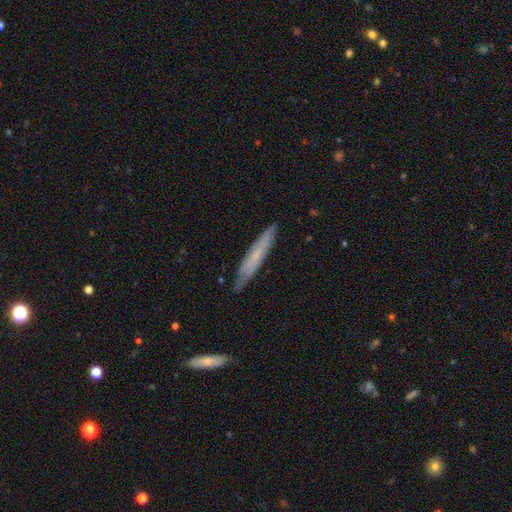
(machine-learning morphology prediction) Q: Smooth or featured?
A: smooth (54%); runner-up: featured or disk (39%)
Q: How rounded?
A: cigar-shaped (93%); runner-up: in between (6%)
Q: Merging?
A: none (84%); runner-up: minor disturbance (13%)